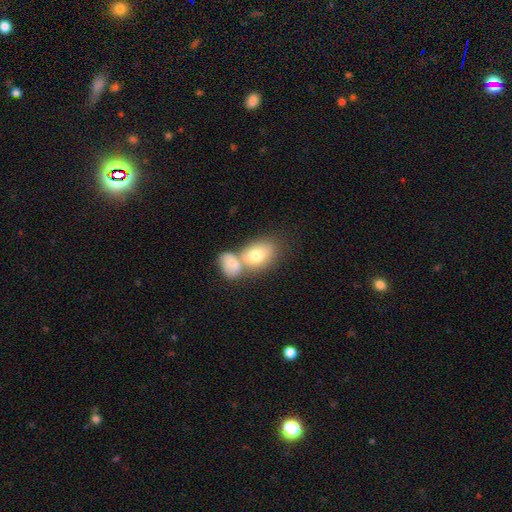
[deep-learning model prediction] Smooth or featured?
  - smooth: 72% *
  - featured or disk: 19%
  - star or artifact: 9%
How rounded?
  - in between: 78% *
  - round: 20%
  - cigar-shaped: 2%
Merging?
  - merger: 54% *
  - none: 31%
  - minor disturbance: 10%
  - major disturbance: 5%